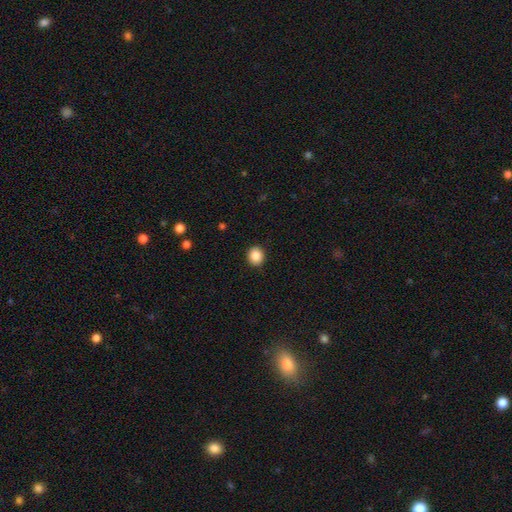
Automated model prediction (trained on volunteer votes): Overall: smooth (88%). How rounded: round (77%). Merging: none (91%).